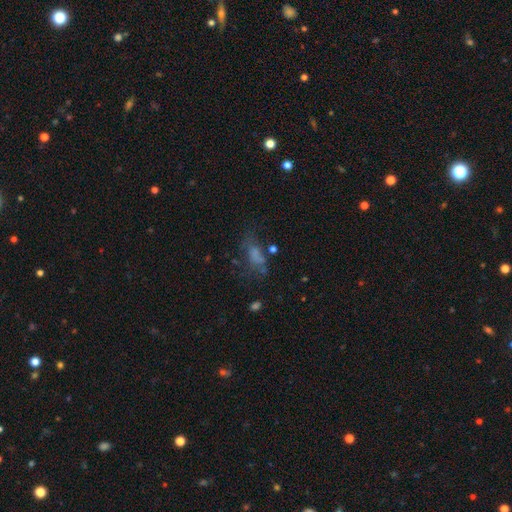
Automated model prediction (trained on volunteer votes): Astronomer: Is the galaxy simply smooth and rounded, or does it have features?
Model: smooth — 55%.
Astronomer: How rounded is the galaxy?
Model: in between — 75%.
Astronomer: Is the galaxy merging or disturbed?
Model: none — 39% (runner-up: major disturbance, 30%).